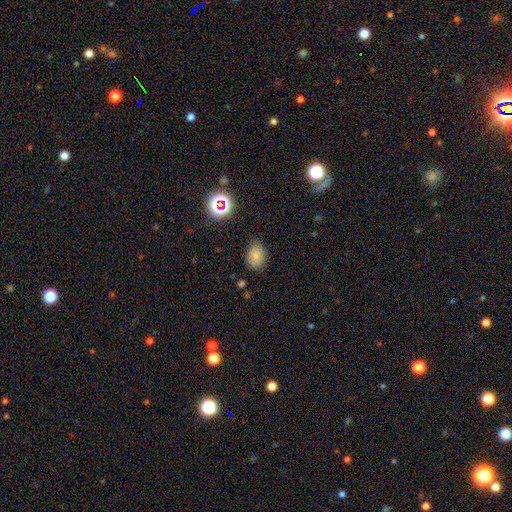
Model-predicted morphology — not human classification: Smooth or featured? smooth (78%)
How rounded? in between (77%)
Merging? none (79%)